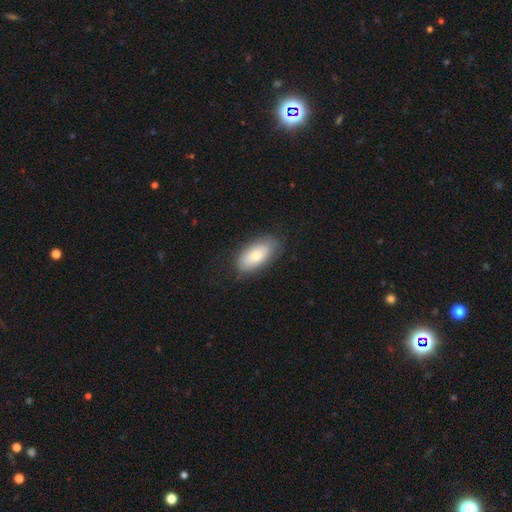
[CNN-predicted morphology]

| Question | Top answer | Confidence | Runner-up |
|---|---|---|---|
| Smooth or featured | smooth | 75% | featured or disk (19%) |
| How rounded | in between | 92% | cigar-shaped (5%) |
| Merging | none | 78% | minor disturbance (16%) |